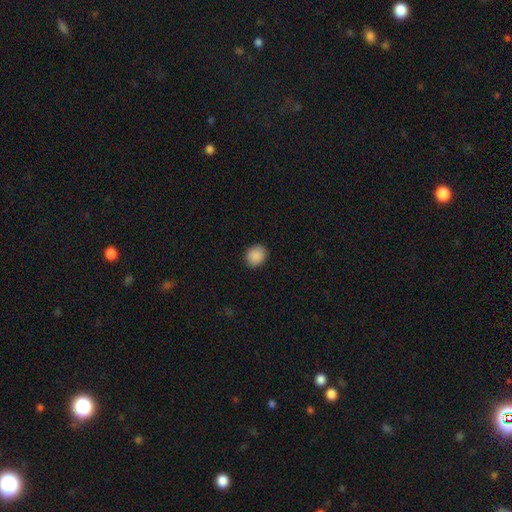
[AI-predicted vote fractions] Smooth or featured? Predicted: smooth (p=0.90). How rounded? Predicted: round (p=0.73). Merging? Predicted: none (p=0.90).